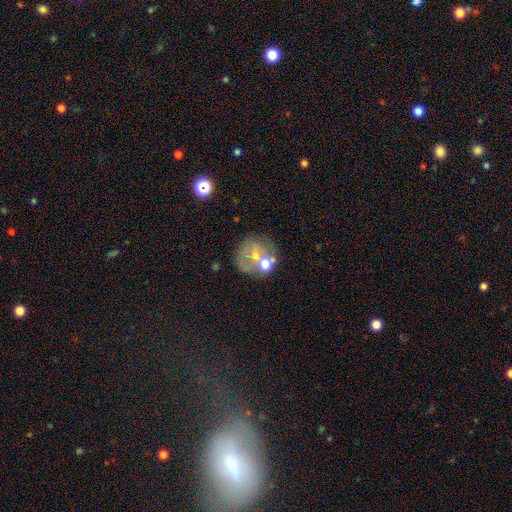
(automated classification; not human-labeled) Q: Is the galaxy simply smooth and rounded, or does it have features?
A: featured or disk — 47%.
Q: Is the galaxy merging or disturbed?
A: none — 50%.